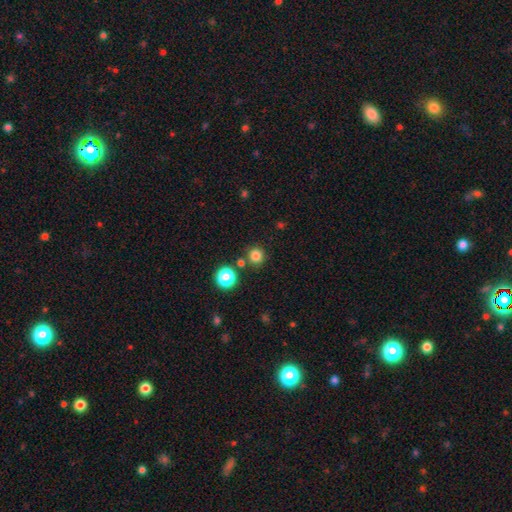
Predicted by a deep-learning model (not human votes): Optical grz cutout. It shows a smooth galaxy with no disk features (81%) that is round (93%). Merging: none (83%).